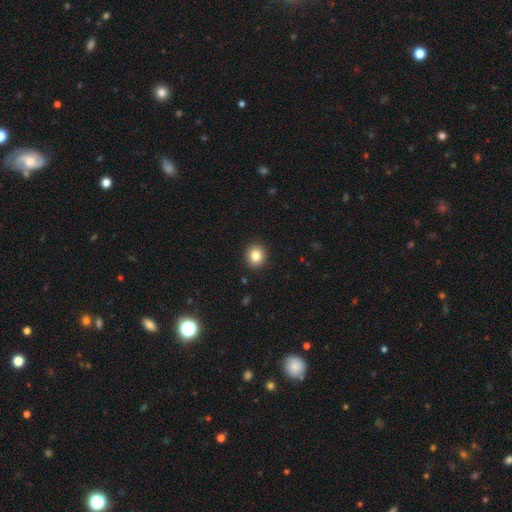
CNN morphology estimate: smooth 84%, star or artifact 10%, featured or disk 6%. Down the decision tree: how rounded — round (85%); merging — none (92%).